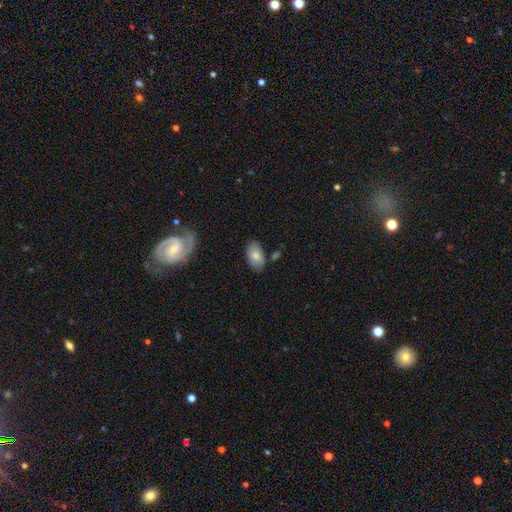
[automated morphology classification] A smooth galaxy with no disk features (79%) that is in between round and cigar-shaped (92%). Merging: none (76%).